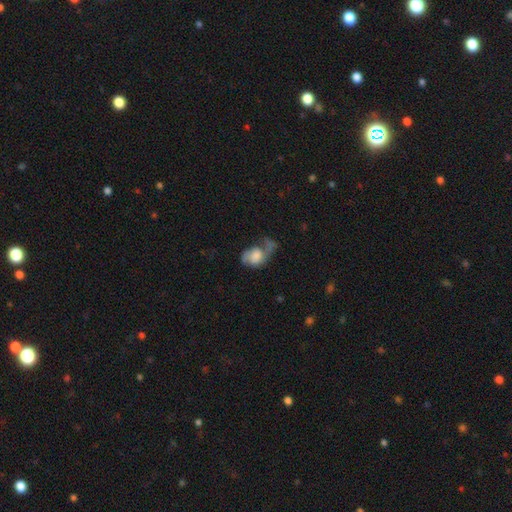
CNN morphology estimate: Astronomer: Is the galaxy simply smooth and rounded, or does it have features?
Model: featured or disk — 56% (runner-up: smooth, 36%).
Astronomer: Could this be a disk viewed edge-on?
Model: no — 96%.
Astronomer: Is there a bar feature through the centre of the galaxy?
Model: no — 70%.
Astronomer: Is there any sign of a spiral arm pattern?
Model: yes — 80%.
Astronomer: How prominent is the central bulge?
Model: large — 33% (runner-up: moderate, 27%).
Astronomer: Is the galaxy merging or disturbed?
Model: major disturbance — 40% (runner-up: none, 29%).